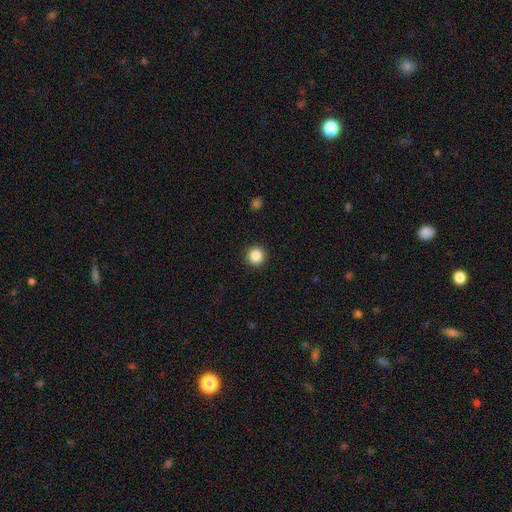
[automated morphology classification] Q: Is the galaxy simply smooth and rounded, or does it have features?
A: smooth — 86%.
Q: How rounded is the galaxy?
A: round — 95%.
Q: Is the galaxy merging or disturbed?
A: none — 92%.